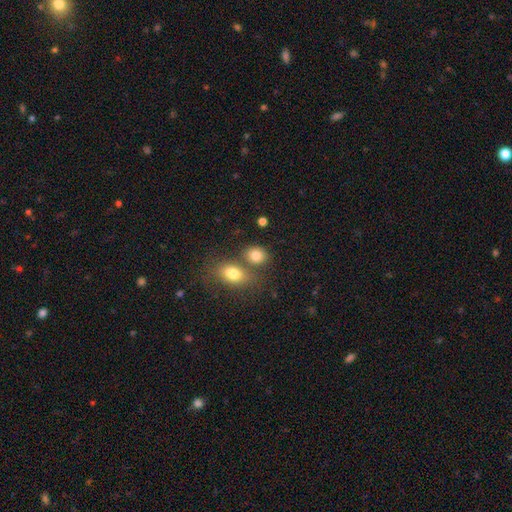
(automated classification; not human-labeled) Smooth or featured?
  - smooth: 81% *
  - star or artifact: 11%
  - featured or disk: 8%
How rounded?
  - in between: 51% *
  - round: 48%
  - cigar-shaped: 2%
Merging?
  - none: 58% *
  - merger: 28%
  - minor disturbance: 10%
  - major disturbance: 4%